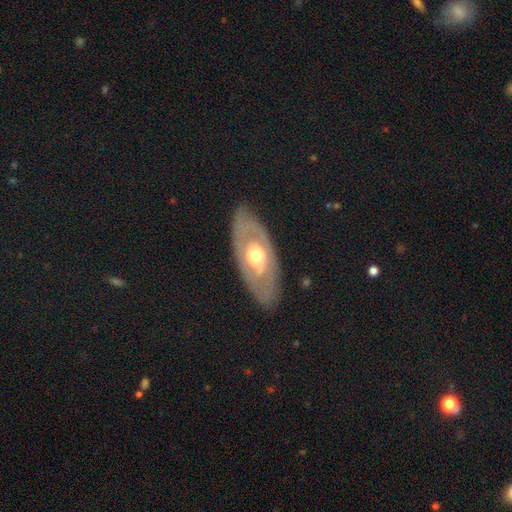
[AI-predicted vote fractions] Overall: featured or disk (66%; smooth 29%). Edge-on disk: no (84%). Bar: no (85%). Spiral arms: no (72%). Bulge size: moderate (70%). Merging: none (83%).